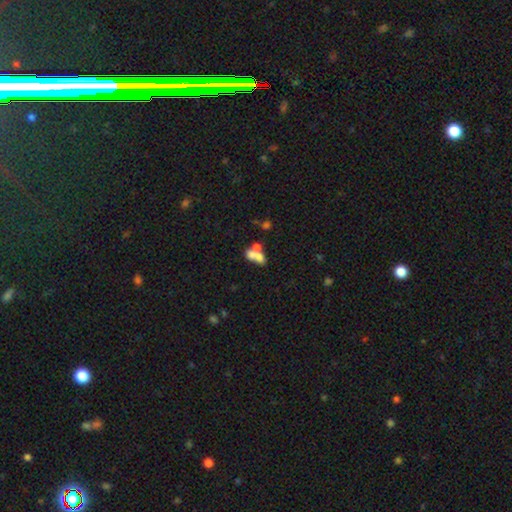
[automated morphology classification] Smooth or featured? Predicted: smooth (p=0.57). How rounded? Predicted: in between (p=0.69). Merging? Predicted: merger (p=0.65).